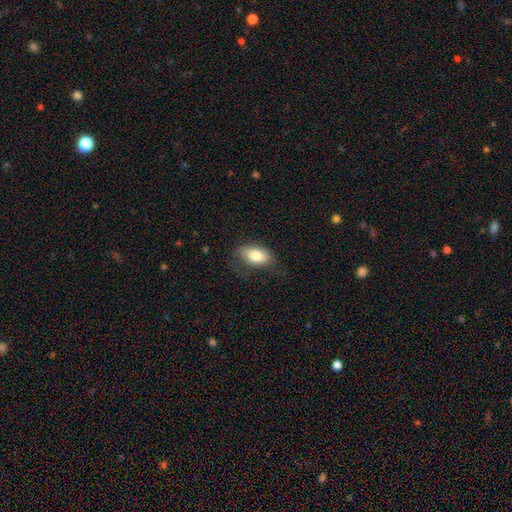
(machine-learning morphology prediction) Smooth or featured?
  - smooth: 80% *
  - featured or disk: 13%
  - star or artifact: 7%
How rounded?
  - in between: 92% *
  - round: 5%
  - cigar-shaped: 3%
Merging?
  - none: 65% *
  - minor disturbance: 25%
  - major disturbance: 9%
  - merger: 1%